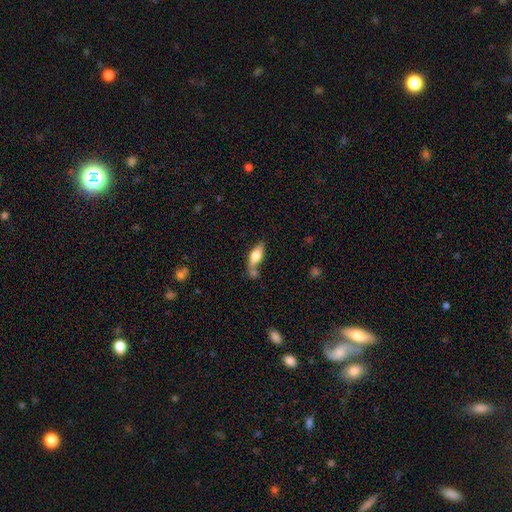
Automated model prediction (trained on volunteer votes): smooth_or_featured: smooth (p=0.63) [alt: featured or disk p=0.30]
how_rounded: in between (p=0.67) [alt: cigar-shaped p=0.29]
merging: none (p=0.46) [alt: merger p=0.28]